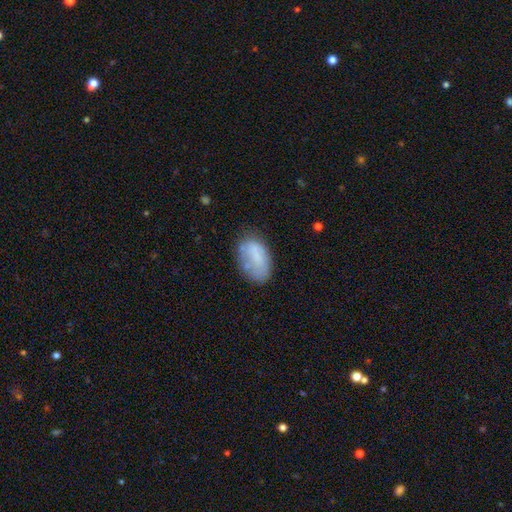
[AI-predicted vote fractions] Smooth or featured? Predicted: smooth (p=0.70). How rounded? Predicted: in between (p=0.93). Merging? Predicted: none (p=0.55).